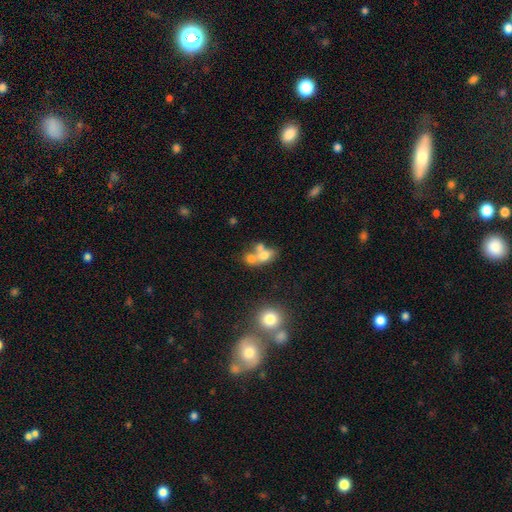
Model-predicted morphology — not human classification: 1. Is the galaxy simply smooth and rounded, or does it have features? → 61% smooth, 24% featured or disk, 14% star or artifact.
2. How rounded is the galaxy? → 56% in between, 41% round, 3% cigar-shaped.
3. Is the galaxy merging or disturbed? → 58% merger, 26% none, 9% minor disturbance, 7% major disturbance.